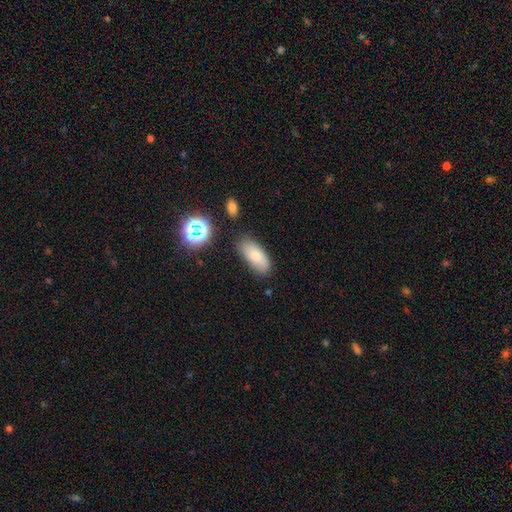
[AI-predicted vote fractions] Smooth or featured? Predicted: smooth (p=0.76). How rounded? Predicted: in between (p=0.87). Merging? Predicted: none (p=0.76).